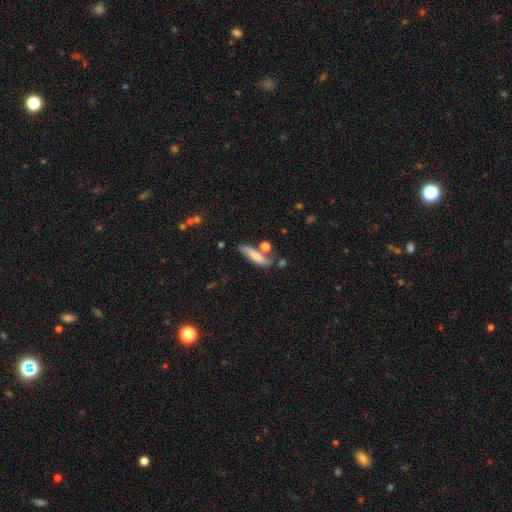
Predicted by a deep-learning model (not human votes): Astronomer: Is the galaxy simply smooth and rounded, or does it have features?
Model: smooth — 67%.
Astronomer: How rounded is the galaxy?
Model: cigar-shaped — 70%.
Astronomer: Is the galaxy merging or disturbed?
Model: none — 60%.